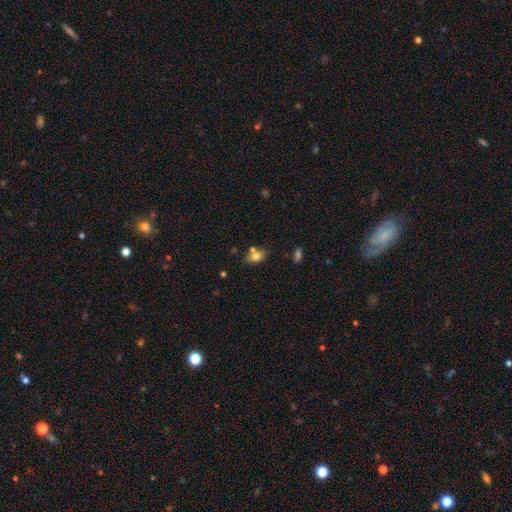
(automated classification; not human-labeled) Overall: smooth (73%). How rounded: in between (78%). Merging: none (57%; merger 23%).